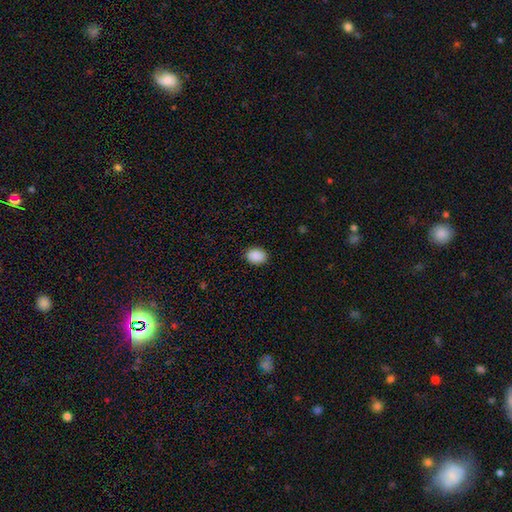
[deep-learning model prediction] Morphology: type=smooth (90%); roundness=in between (67%); merging=none (90%).